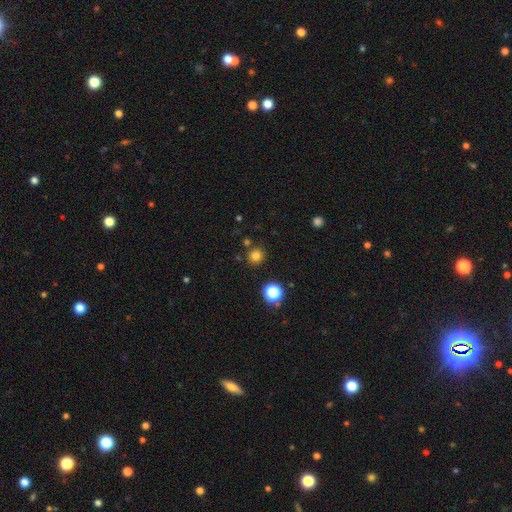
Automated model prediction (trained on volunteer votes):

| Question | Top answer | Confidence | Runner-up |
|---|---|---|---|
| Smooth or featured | smooth | 78% | star or artifact (17%) |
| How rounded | round | 91% | in between (8%) |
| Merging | none | 85% | minor disturbance (7%) |